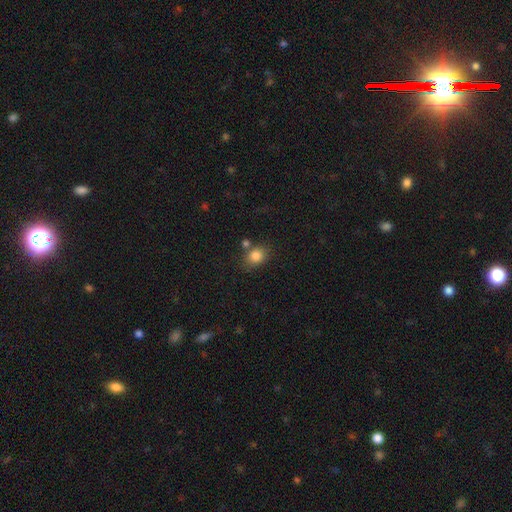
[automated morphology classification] A smooth galaxy with no disk features (83%) that is round (54%).

Vote fractions:
- Smooth or featured? smooth: 83% / star or artifact: 10% / featured or disk: 7%
- How rounded? round: 54% / in between: 45% / cigar-shaped: 1%
- Merging? none: 68% / minor disturbance: 14% / merger: 14% / major disturbance: 4%